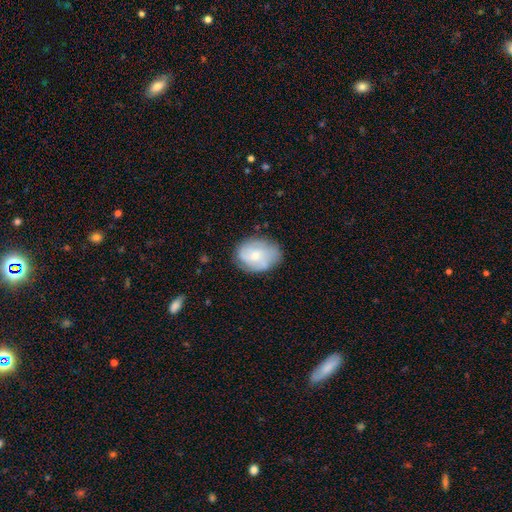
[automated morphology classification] Smooth or featured: smooth — 47% (featured or disk — 46%)
Merging: none — 69% (minor disturbance — 22%)